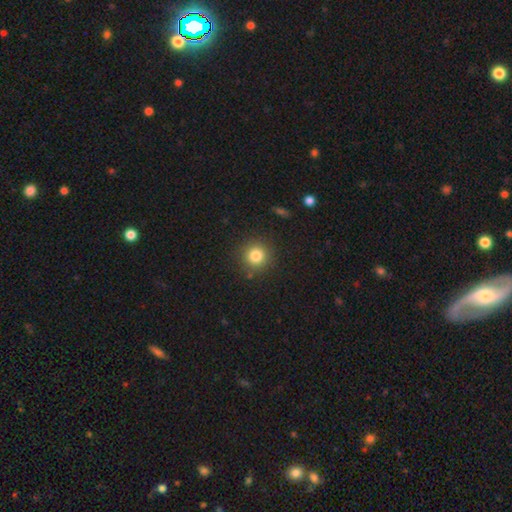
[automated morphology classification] type=smooth (82%); roundness=round (94%); merging=none (88%).